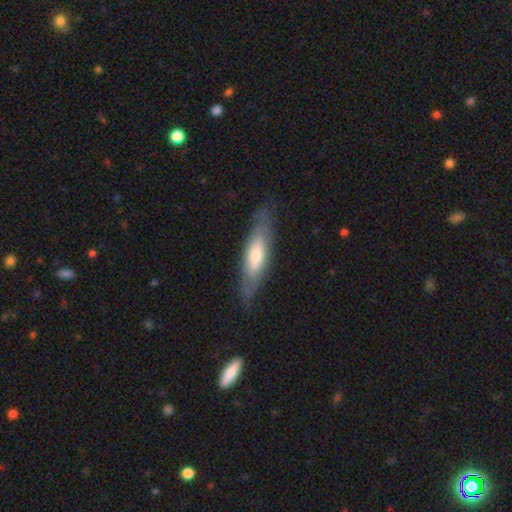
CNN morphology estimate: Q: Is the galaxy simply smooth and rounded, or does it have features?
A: featured or disk — 47%, tied with smooth.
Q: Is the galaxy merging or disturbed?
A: none — 78%.